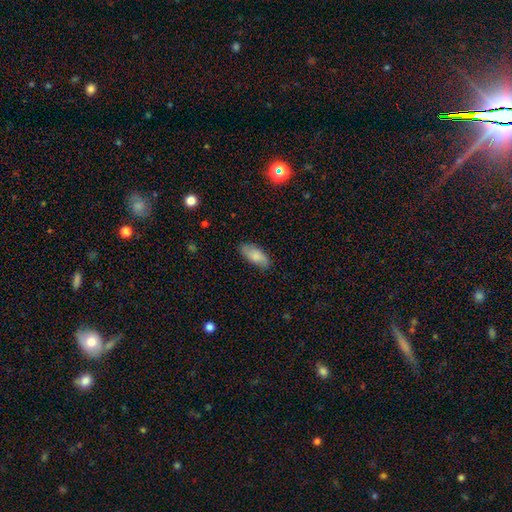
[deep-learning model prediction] Smooth or featured? smooth (80%)
How rounded? in between (86%)
Merging? none (82%)